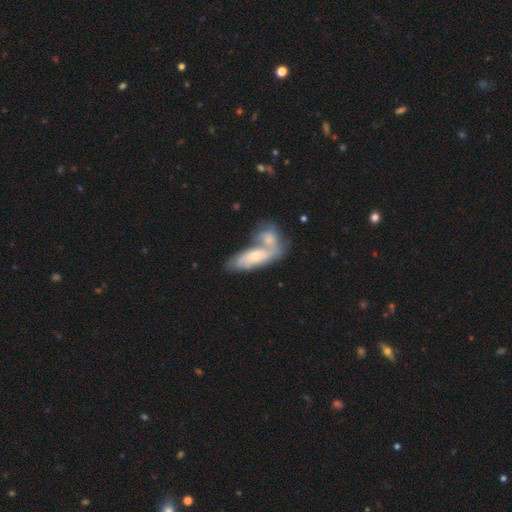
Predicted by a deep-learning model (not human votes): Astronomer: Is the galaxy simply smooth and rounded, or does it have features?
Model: smooth — 48% (runner-up: featured or disk, 46%).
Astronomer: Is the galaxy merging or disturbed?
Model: merger — 63%.